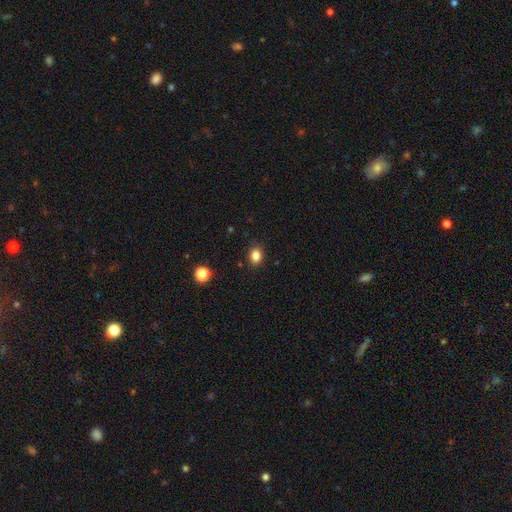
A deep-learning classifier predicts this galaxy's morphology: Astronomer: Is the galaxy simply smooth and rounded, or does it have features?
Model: smooth — 84%.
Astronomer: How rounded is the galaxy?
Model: in between — 55% (runner-up: round, 45%).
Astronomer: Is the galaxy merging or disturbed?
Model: none — 86%.